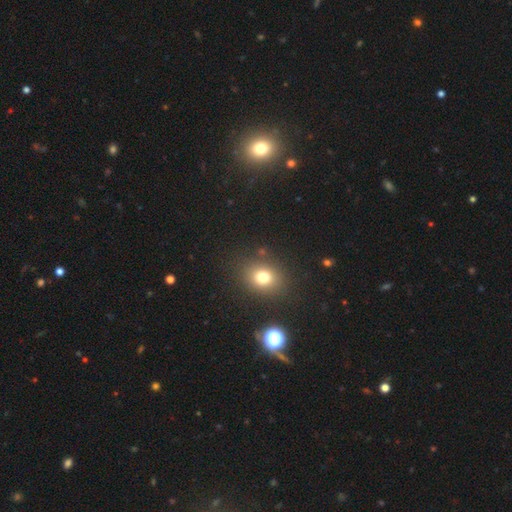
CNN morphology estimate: smooth 56%, star or artifact 36%, featured or disk 8%. Down the decision tree: how rounded — round (72%); merging — none (88%).